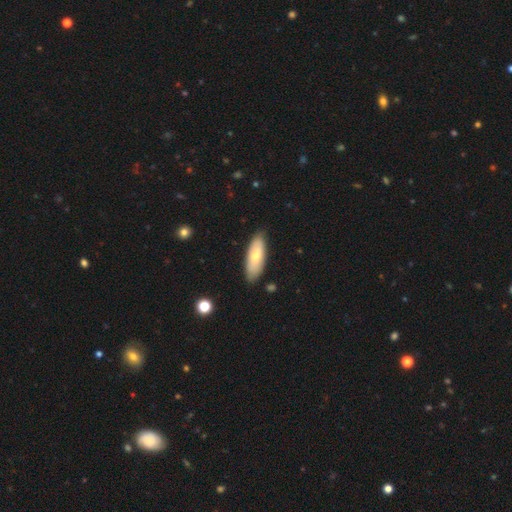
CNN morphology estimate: Overall: smooth (67%; featured or disk 27%). How rounded: in between (71%). Merging: none (83%).